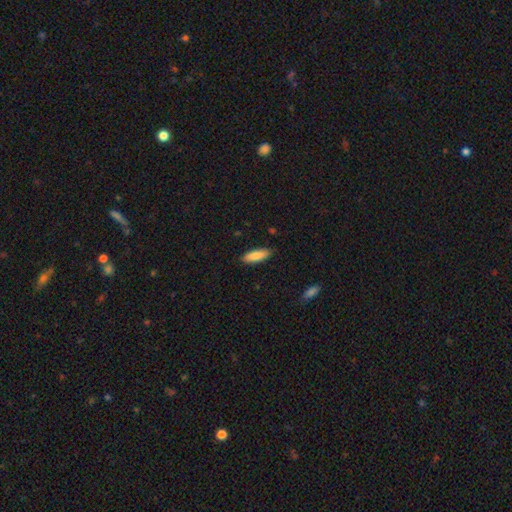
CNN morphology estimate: This appears to be a smooth galaxy with no disk features (87%) that is in between round and cigar-shaped (53%). Merging: none (87%).